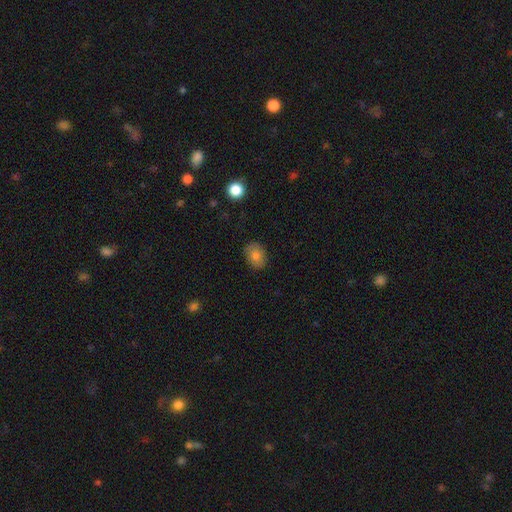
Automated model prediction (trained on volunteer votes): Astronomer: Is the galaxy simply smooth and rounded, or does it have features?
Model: smooth — 79%.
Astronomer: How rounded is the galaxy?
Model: in between — 63%.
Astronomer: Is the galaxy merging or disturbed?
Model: none — 84%.